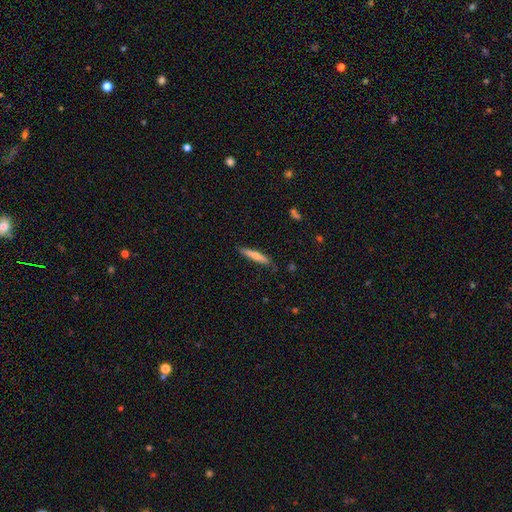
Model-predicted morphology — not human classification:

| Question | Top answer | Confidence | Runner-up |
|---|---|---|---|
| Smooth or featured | smooth | 66% | featured or disk (28%) |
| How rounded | cigar-shaped | 92% | in between (7%) |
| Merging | none | 83% | minor disturbance (14%) |